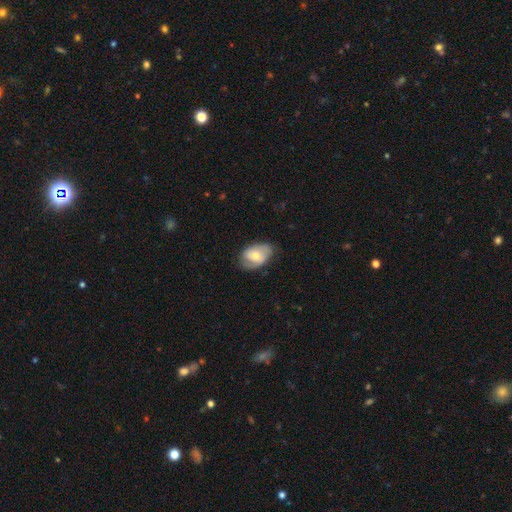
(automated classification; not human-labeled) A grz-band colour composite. It shows a smooth galaxy with no disk features (55%) that is in between round and cigar-shaped (86%). Merging: none (69%).